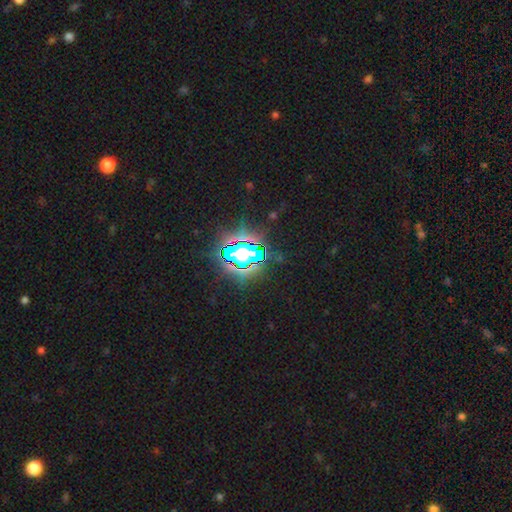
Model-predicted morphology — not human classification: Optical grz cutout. It shows a star or artifact, not a galaxy (81%).